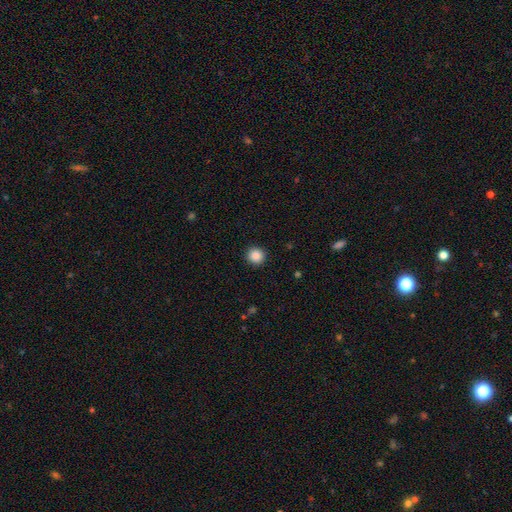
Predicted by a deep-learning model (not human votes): Smooth or featured? Predicted: smooth (p=0.88). How rounded? Predicted: round (p=0.94). Merging? Predicted: none (p=0.92).